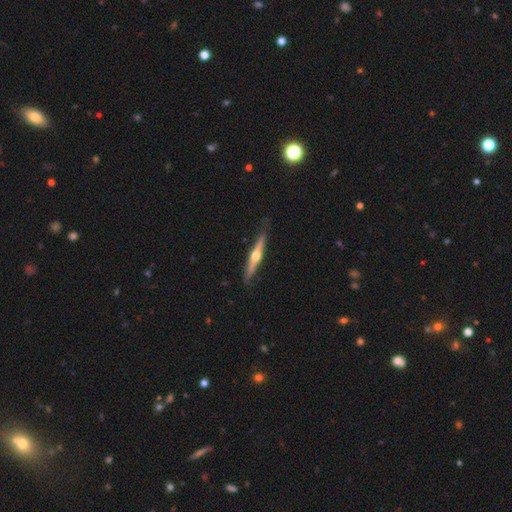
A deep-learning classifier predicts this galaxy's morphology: Smooth or featured? featured or disk (72%)
Edge-on disk? yes (97%)
Edge-on bulge? rounded (95%)
Merging? none (83%)